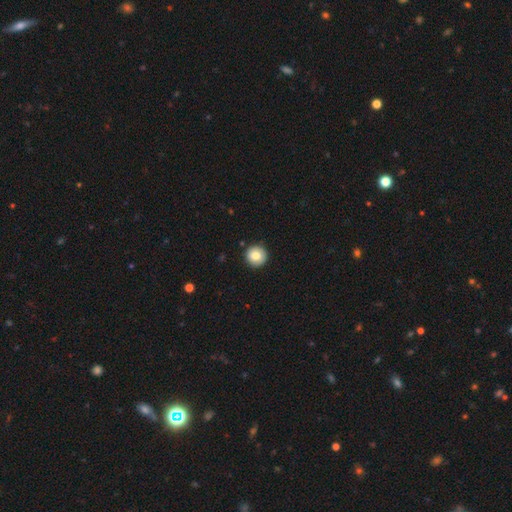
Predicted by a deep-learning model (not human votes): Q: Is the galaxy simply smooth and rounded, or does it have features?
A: smooth — 81%.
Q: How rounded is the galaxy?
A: round — 96%.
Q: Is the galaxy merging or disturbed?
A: none — 91%.